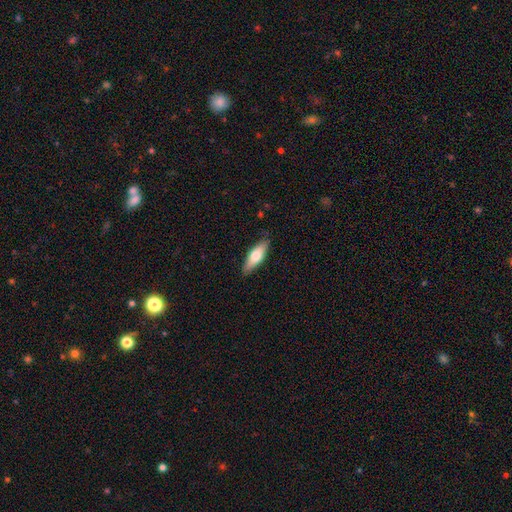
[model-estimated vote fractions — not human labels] Q: Smooth or featured?
A: smooth (67%); runner-up: featured or disk (28%)
Q: How rounded?
A: in between (53%); runner-up: cigar-shaped (45%)
Q: Merging?
A: none (86%); runner-up: minor disturbance (11%)